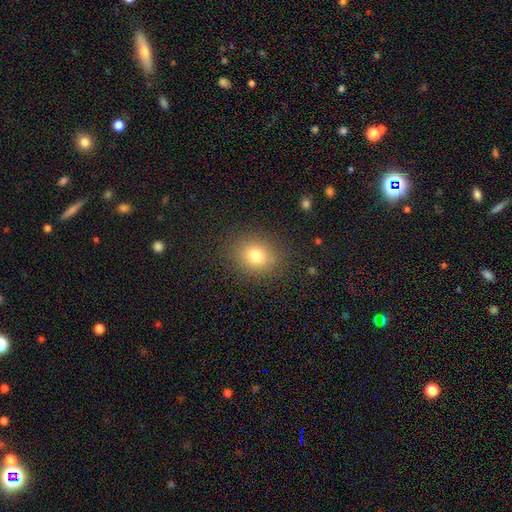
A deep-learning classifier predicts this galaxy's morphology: Smooth or featured? smooth (78%)
How rounded? round (60%)
Merging? none (87%)